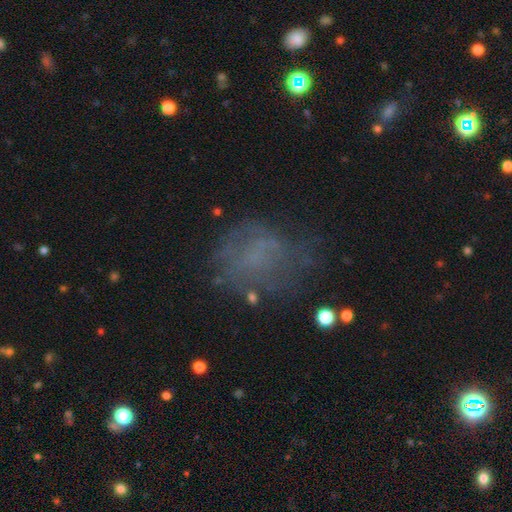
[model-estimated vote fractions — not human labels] This is marginally a smooth galaxy (44%). Merging: possibly none (52%).